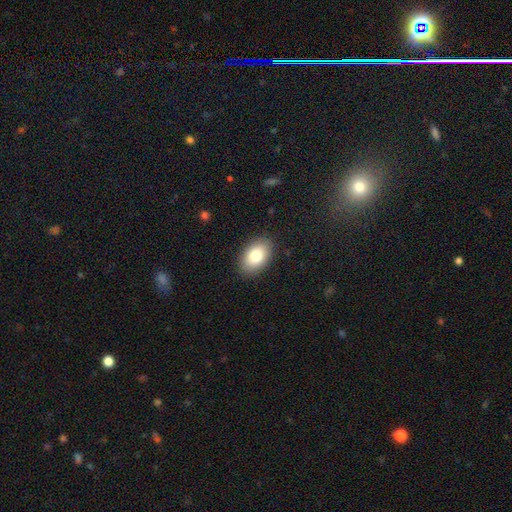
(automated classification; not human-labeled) Q: Smooth or featured?
A: smooth (81%); runner-up: featured or disk (12%)
Q: How rounded?
A: in between (90%); runner-up: round (9%)
Q: Merging?
A: none (88%); runner-up: minor disturbance (8%)